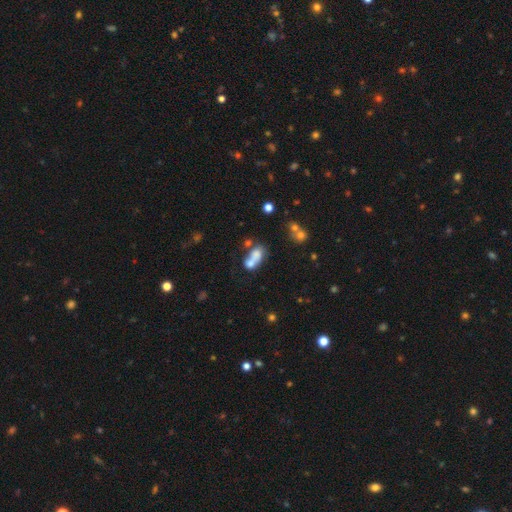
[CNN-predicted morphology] This appears to be a smooth galaxy with no disk features (66%) that is in between round and cigar-shaped (74%). Merging: merger (61%).